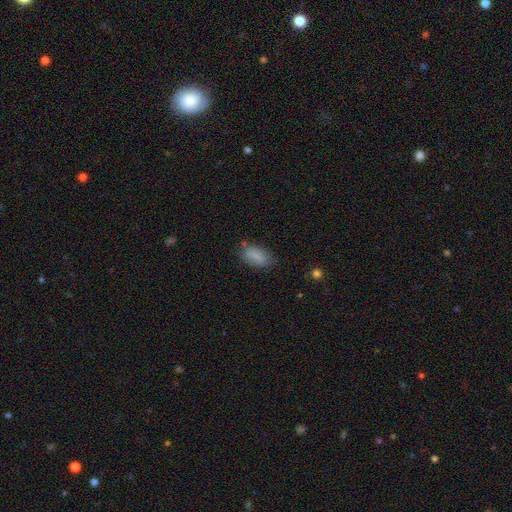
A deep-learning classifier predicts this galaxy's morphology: Q: Smooth or featured?
A: smooth (83%); runner-up: featured or disk (9%)
Q: How rounded?
A: in between (89%); runner-up: cigar-shaped (7%)
Q: Merging?
A: none (70%); runner-up: minor disturbance (21%)